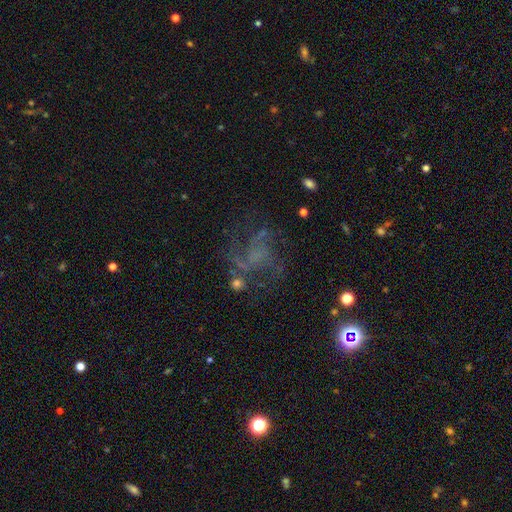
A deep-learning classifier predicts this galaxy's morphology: smooth_or_featured: featured or disk (p=0.64) [alt: star or artifact p=0.22]
disk_edge_on: no (p=0.98) [alt: yes p=0.02]
bar: no (p=0.68) [alt: weak p=0.25]
has_spiral_arms: yes (p=0.78) [alt: no p=0.22]
bulge_size: none (p=0.64) [alt: small p=0.19]
merging: none (p=0.52) [alt: major disturbance p=0.27]